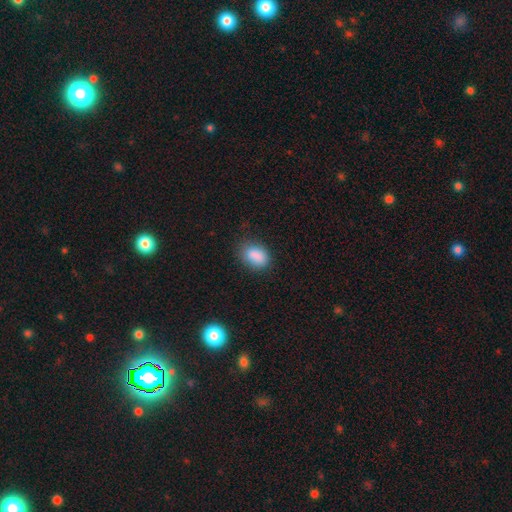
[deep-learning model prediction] The model was most divided on "merging": none: 75%, minor disturbance: 19%, major disturbance: 5%, merger: 2%. More confident: smooth or featured — smooth (87%); how rounded — in between (80%).